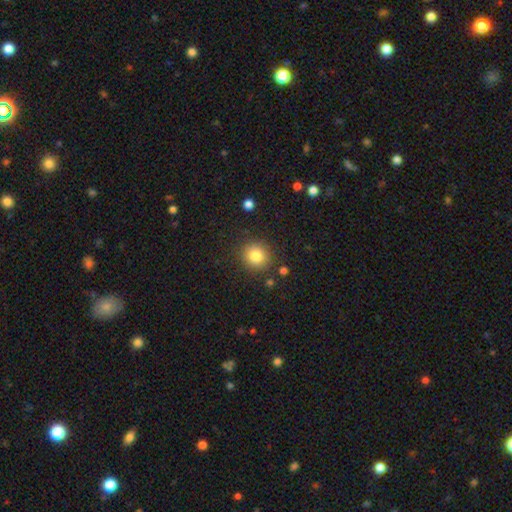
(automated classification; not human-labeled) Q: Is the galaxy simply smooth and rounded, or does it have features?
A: smooth — 82%.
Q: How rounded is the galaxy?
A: round — 88%.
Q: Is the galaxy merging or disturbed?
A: none — 87%.